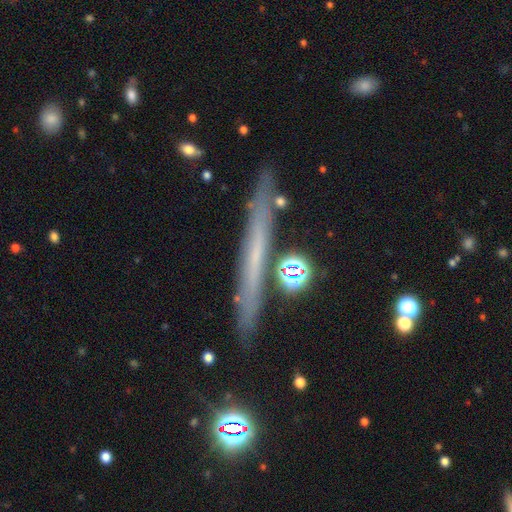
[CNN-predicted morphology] This appears to be a featured or disk galaxy (55%) viewed edge-on (91%). Merging: none (84%).